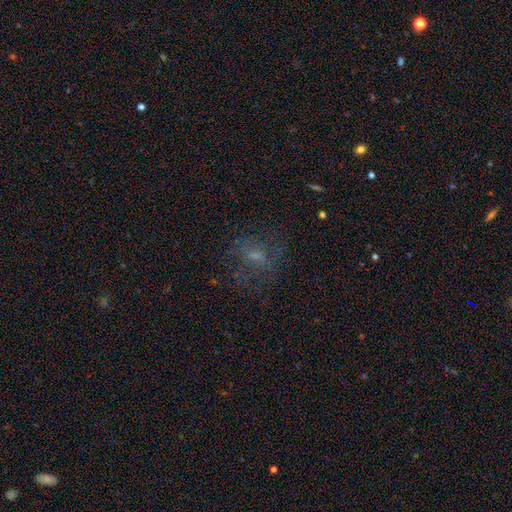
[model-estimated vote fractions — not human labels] Morphology: type=smooth (42%); merging=none (61%).